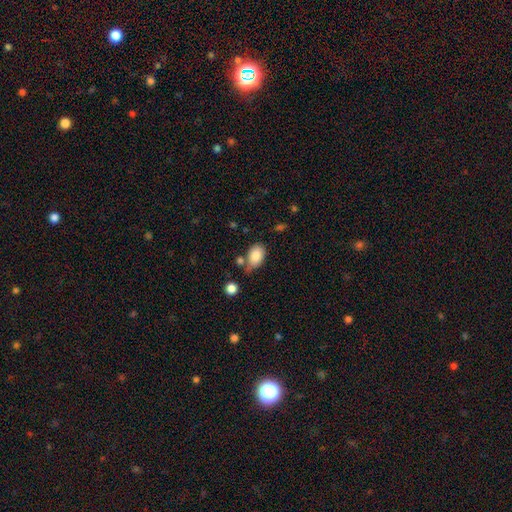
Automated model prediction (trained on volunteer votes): A smooth galaxy with no disk features (85%) that is in between round and cigar-shaped (85%). Merging: none (53%).